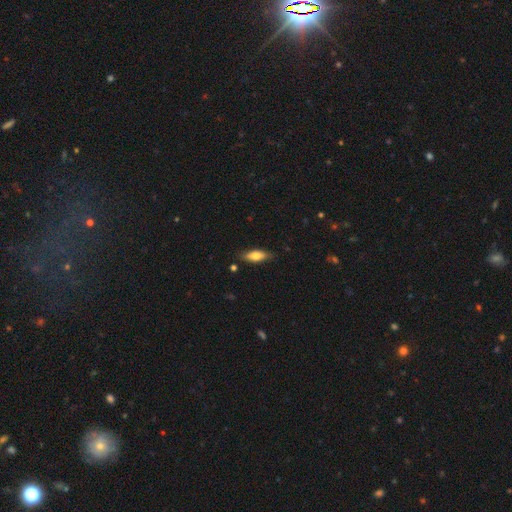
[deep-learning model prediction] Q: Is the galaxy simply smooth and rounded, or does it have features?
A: smooth — 70%.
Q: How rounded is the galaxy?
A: in between — 71%.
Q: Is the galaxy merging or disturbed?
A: none — 80%.